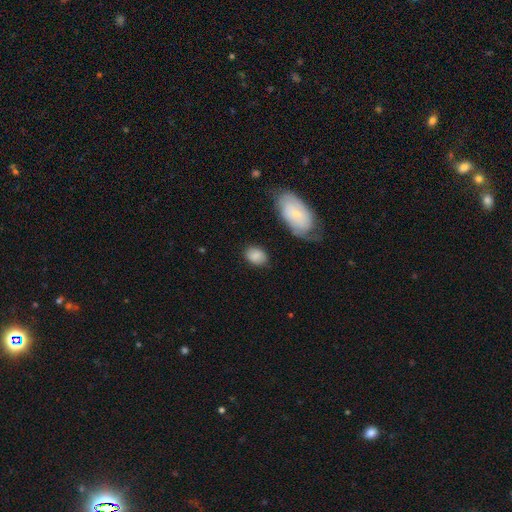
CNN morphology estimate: The model was most divided on "how rounded": in between: 72%, round: 27%, cigar-shaped: 1%. More confident: smooth or featured — smooth (84%); merging — none (76%).